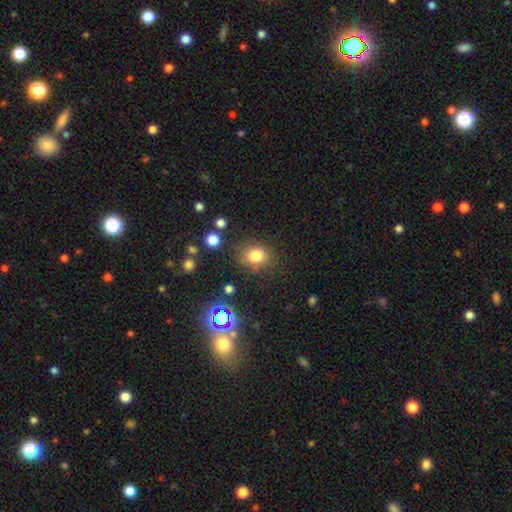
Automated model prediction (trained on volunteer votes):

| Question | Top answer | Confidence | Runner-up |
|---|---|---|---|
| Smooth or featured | smooth | 78% | star or artifact (15%) |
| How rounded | round | 57% | in between (41%) |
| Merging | none | 79% | minor disturbance (13%) |